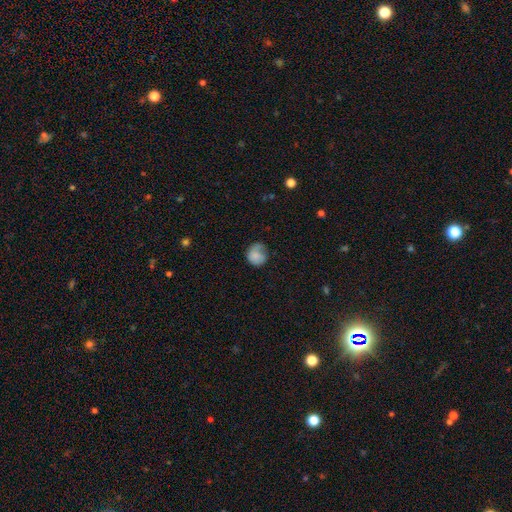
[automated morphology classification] Smooth or featured: smooth — 76% (featured or disk — 16%)
How rounded: round — 73% (in between — 26%)
Merging: none — 46% (minor disturbance — 33%)